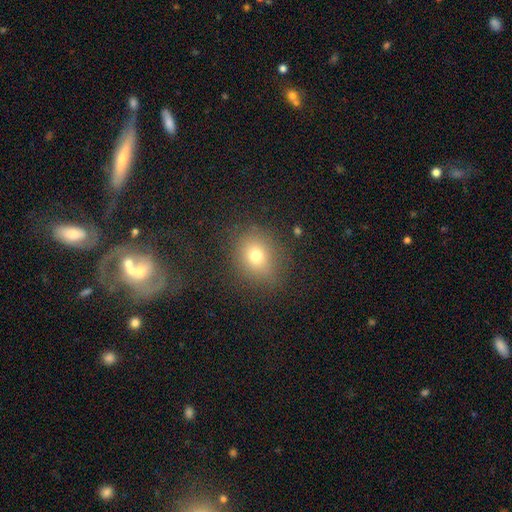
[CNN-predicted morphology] smooth 73%, star or artifact 16%, featured or disk 11%. Down the decision tree: how rounded — round (71%); merging — none (80%).